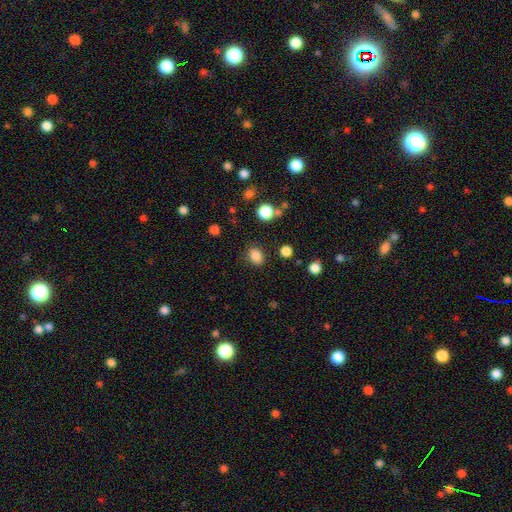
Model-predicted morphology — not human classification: smooth 84%, star or artifact 11%, featured or disk 4%. Down the decision tree: how rounded — round (52%); merging — none (84%).